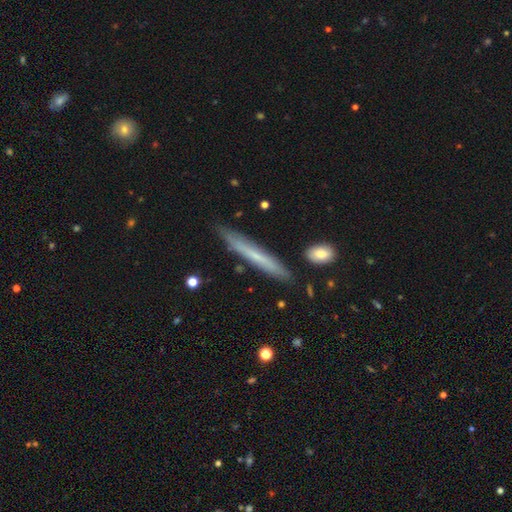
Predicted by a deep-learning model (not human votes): smooth_or_featured: smooth (p=0.50) [alt: featured or disk p=0.44]
merging: none (p=0.85) [alt: minor disturbance p=0.11]